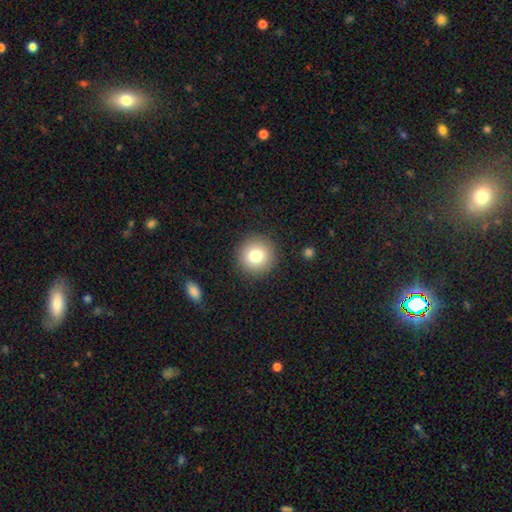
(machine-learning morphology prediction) Overall: smooth (78%). How rounded: round (94%). Merging: none (90%).